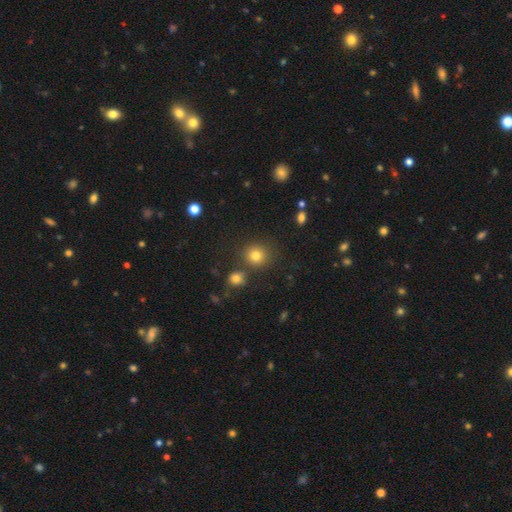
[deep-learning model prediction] Q: Smooth or featured?
A: smooth (79%); runner-up: star or artifact (15%)
Q: How rounded?
A: round (87%); runner-up: in between (12%)
Q: Merging?
A: none (79%); runner-up: merger (9%)